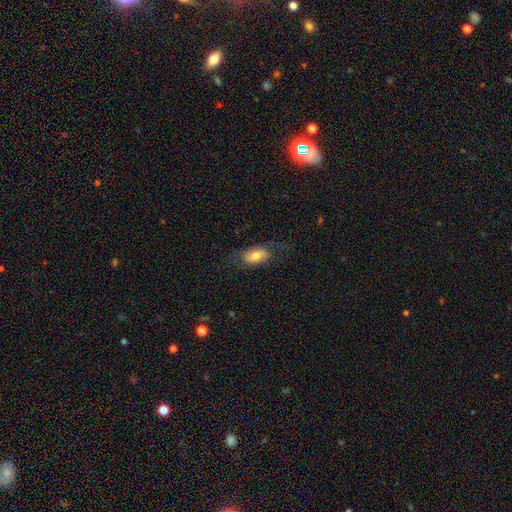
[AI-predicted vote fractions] smooth 68%, featured or disk 24%, star or artifact 8%. Down the decision tree: how rounded — in between (90%); merging — none (66%).